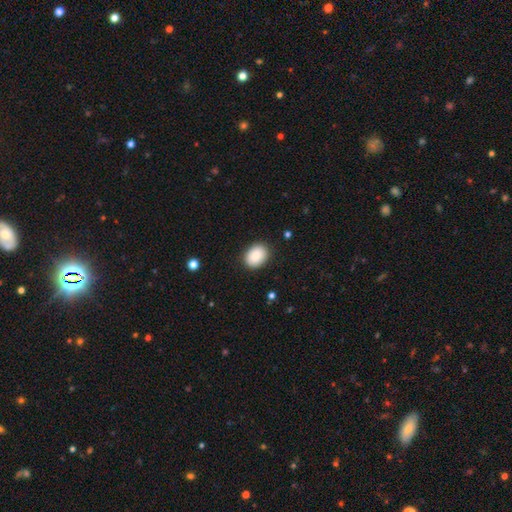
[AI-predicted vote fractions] Q: Smooth or featured?
A: smooth (89%); runner-up: star or artifact (7%)
Q: How rounded?
A: in between (67%); runner-up: round (32%)
Q: Merging?
A: none (88%); runner-up: minor disturbance (9%)